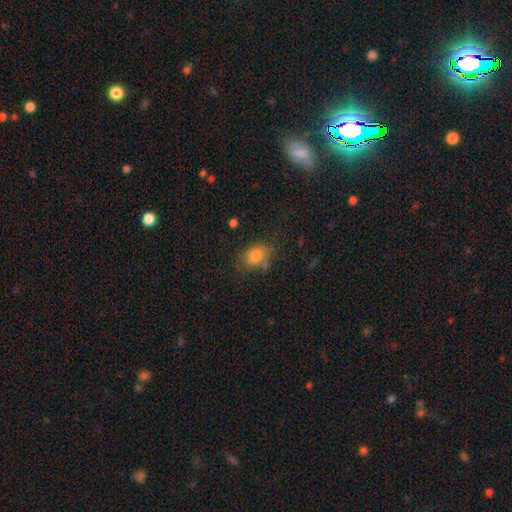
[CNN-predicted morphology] This is clearly a smooth galaxy (80%). How rounded: likely in between (72%). Merging: likely none (61%).